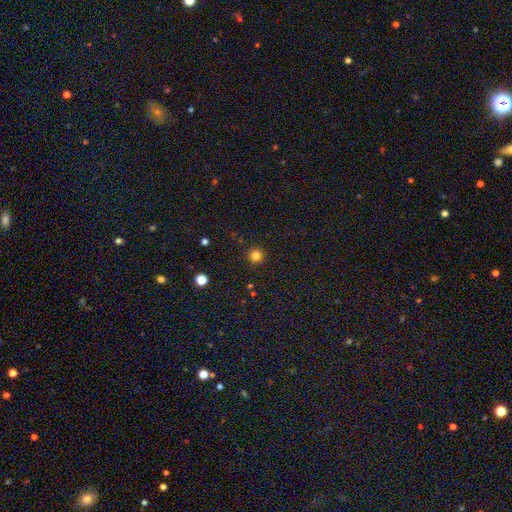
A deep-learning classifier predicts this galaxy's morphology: Smooth or featured: smooth — 82% (star or artifact — 14%)
How rounded: round — 95% (in between — 4%)
Merging: none — 92% (minor disturbance — 5%)